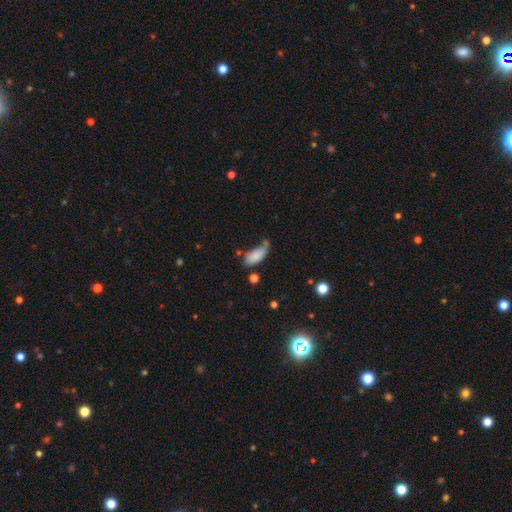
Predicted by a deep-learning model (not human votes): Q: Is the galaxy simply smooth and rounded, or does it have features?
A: smooth — 83%.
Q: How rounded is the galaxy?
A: in between — 86%.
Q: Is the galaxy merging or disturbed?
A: none — 45%.